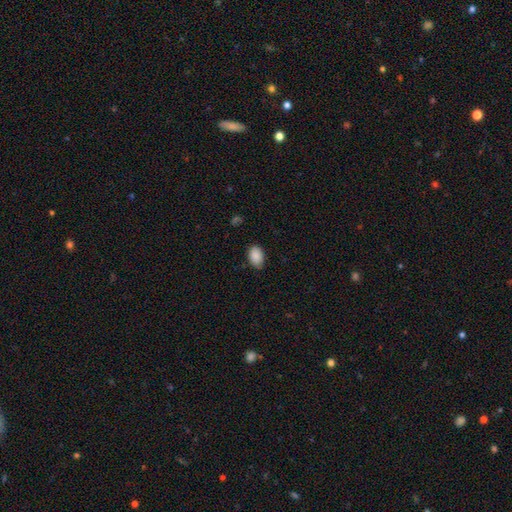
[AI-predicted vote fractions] A smooth galaxy with no disk features (89%) that is in between round and cigar-shaped (88%). Merging: none (80%).